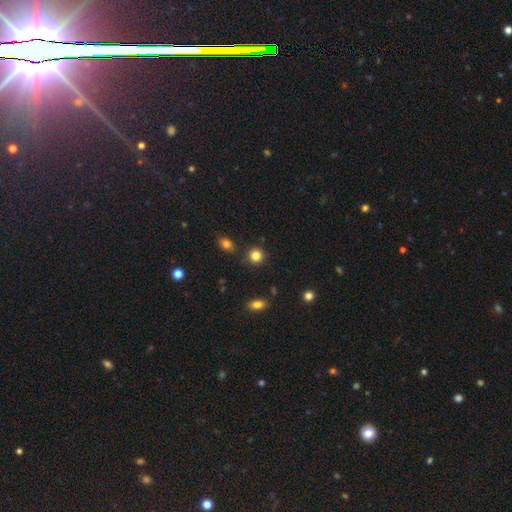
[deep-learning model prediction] A smooth galaxy with no disk features (84%) that is round (89%). Merging: none (84%).